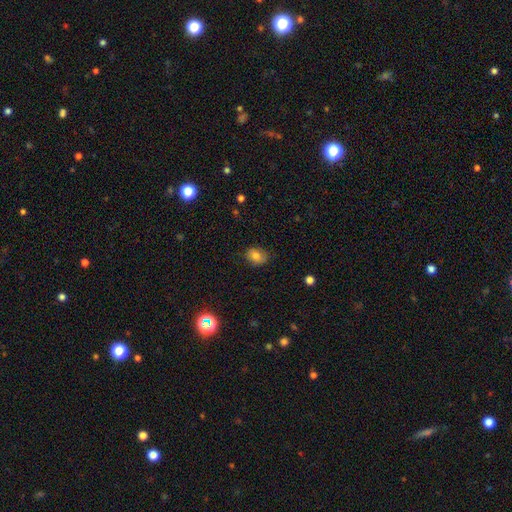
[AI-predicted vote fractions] Smooth or featured? smooth (75%)
How rounded? in between (63%)
Merging? none (74%)